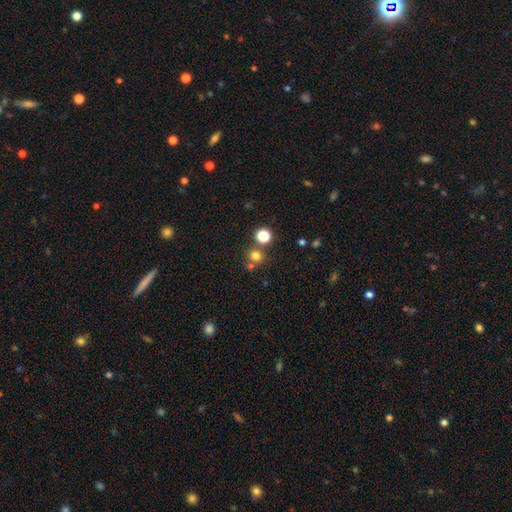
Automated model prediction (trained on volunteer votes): Morphology: type=smooth (74%); roundness=round (90%); merging=none (68%).